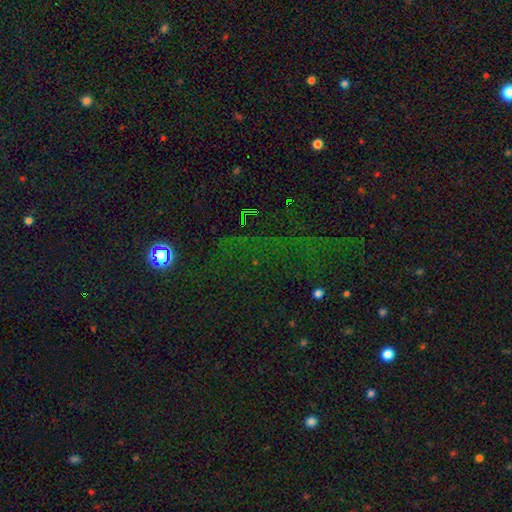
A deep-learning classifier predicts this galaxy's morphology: type=star or artifact (71%).